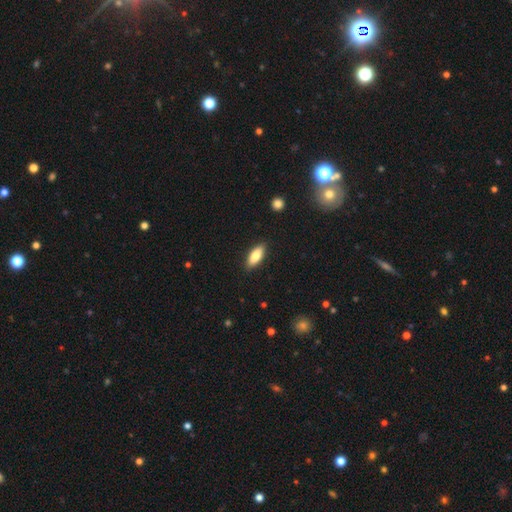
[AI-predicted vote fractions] A smooth galaxy with no disk features (80%) that is in between round and cigar-shaped (76%).

Vote fractions:
- Smooth or featured? smooth: 80% / featured or disk: 14% / star or artifact: 6%
- How rounded? in between: 76% / cigar-shaped: 21% / round: 2%
- Merging? none: 88% / minor disturbance: 9% / major disturbance: 2% / merger: 1%